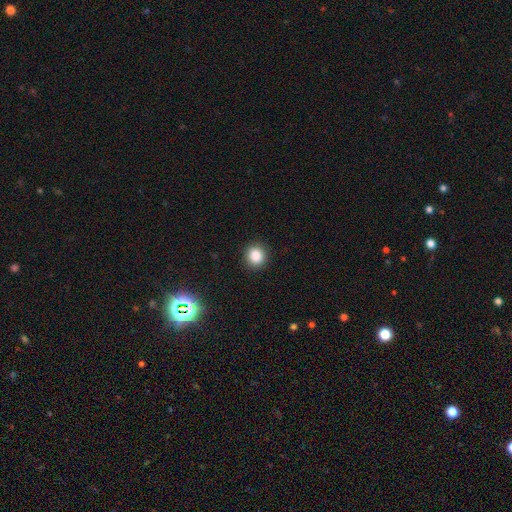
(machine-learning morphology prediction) A smooth galaxy with no disk features (85%) that is round (86%).

Vote fractions:
- Smooth or featured? smooth: 85% / star or artifact: 11% / featured or disk: 3%
- How rounded? round: 86% / in between: 13% / cigar-shaped: 1%
- Merging? none: 90% / minor disturbance: 7% / major disturbance: 2% / merger: 1%